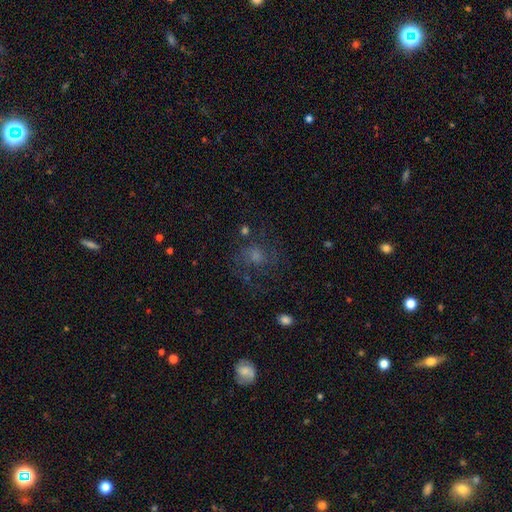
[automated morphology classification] type=featured or disk (47%); merging=none (64%).